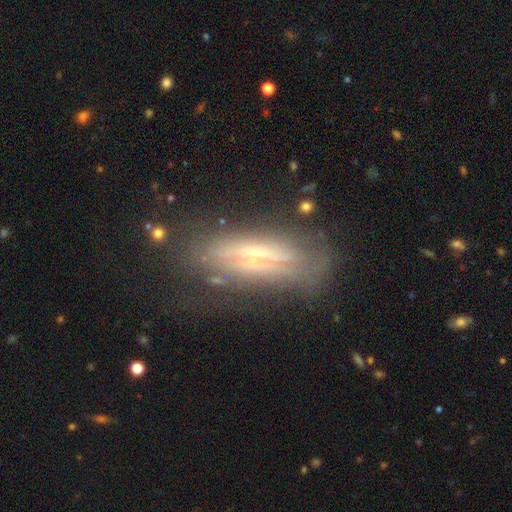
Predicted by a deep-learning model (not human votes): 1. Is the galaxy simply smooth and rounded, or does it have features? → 65% featured or disk, 26% smooth, 9% star or artifact.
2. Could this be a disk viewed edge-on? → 76% yes, 24% no.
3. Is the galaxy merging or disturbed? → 66% none, 21% minor disturbance, 11% major disturbance, 3% merger.